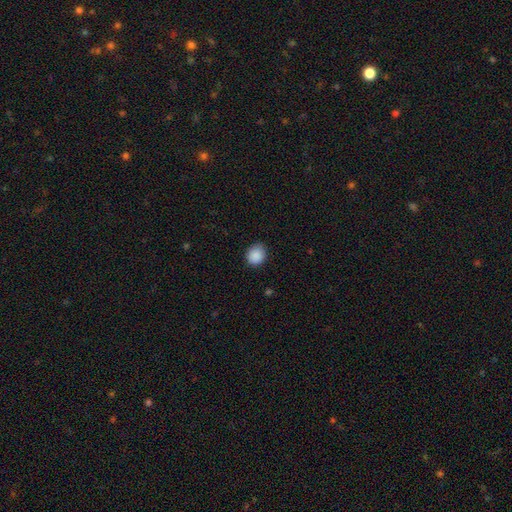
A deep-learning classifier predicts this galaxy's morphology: A smooth galaxy with no disk features (89%) that is round (70%). Merging: none (80%).